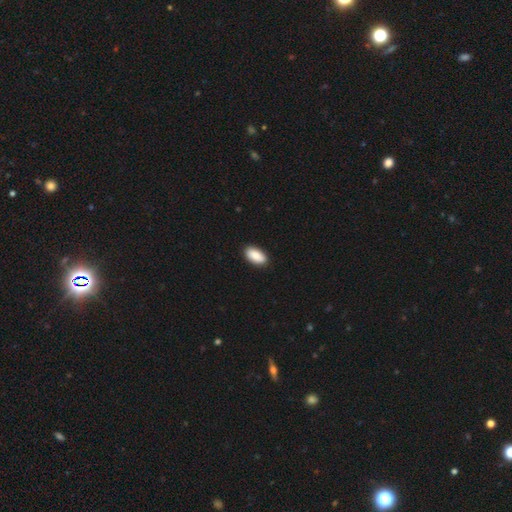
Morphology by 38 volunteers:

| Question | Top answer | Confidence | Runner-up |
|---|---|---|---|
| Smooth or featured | smooth | 84% | featured or disk (11%) |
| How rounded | in between | 91% | cigar-shaped (9%) |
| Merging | none | 94% | minor disturbance (6%) |